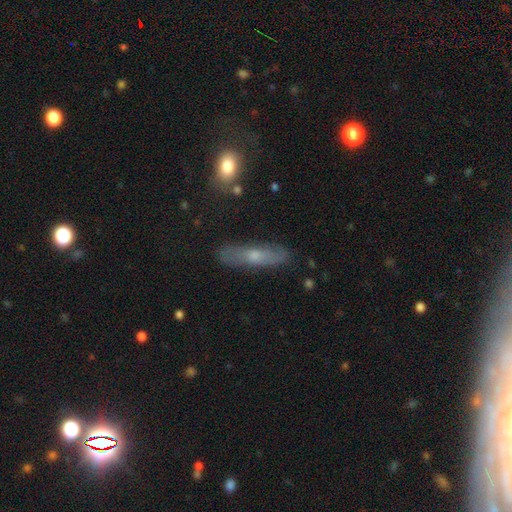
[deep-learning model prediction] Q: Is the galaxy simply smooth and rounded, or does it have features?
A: featured or disk — 46%, tied with smooth.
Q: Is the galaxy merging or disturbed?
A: none — 81%.